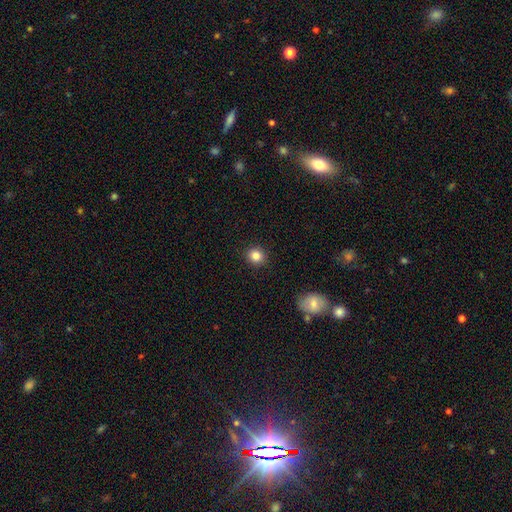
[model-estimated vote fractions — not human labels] The model was most divided on "how rounded": round: 86%, in between: 13%, cigar-shaped: 1%. More confident: merging — none (91%); smooth or featured — smooth (84%).